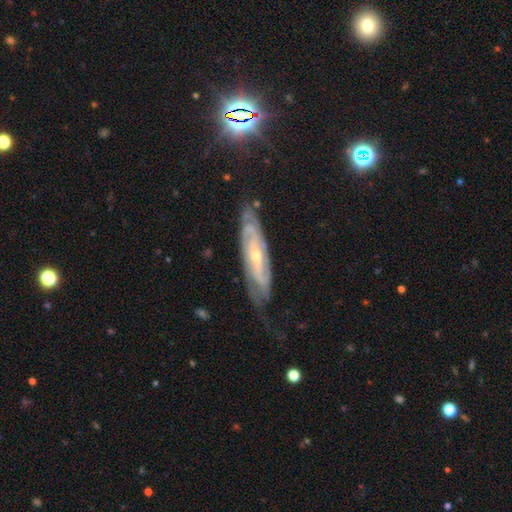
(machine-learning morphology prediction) A featured or disk galaxy (83%) with no bar (44%), 2 (41%) tight (62%) spiral arms (92%) and a small central bulge (62%). Merging: none (69%).